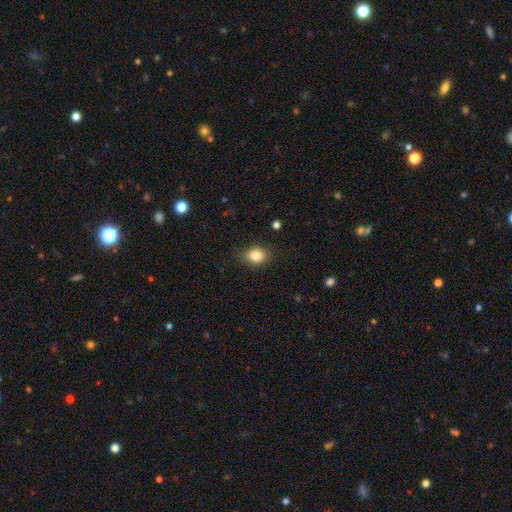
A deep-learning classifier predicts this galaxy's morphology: smooth_or_featured: smooth (p=0.85) [alt: star or artifact p=0.09]
how_rounded: in between (p=0.60) [alt: round p=0.39]
merging: none (p=0.82) [alt: minor disturbance p=0.13]